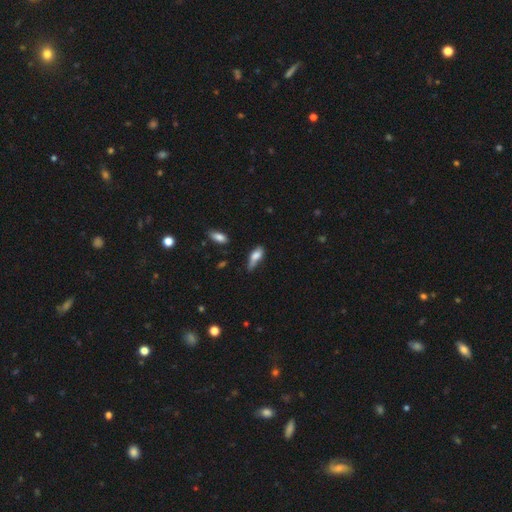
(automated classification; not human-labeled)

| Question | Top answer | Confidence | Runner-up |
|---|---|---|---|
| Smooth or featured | smooth | 73% | featured or disk (18%) |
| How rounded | in between | 74% | cigar-shaped (23%) |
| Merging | minor disturbance | 42% | none (34%) |